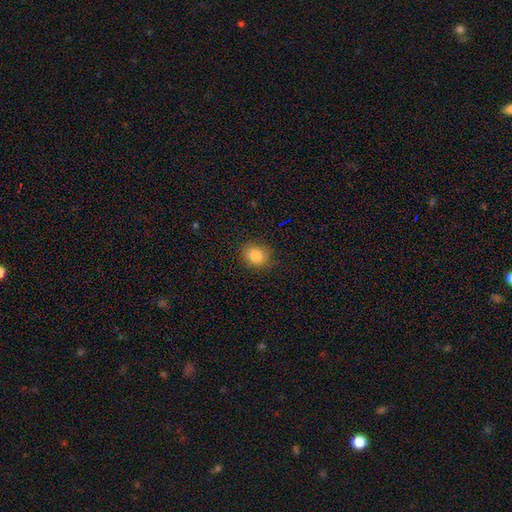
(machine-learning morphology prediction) smooth_or_featured: smooth (p=0.83) [alt: star or artifact p=0.10]
how_rounded: round (p=0.62) [alt: in between p=0.37]
merging: none (p=0.85) [alt: minor disturbance p=0.11]